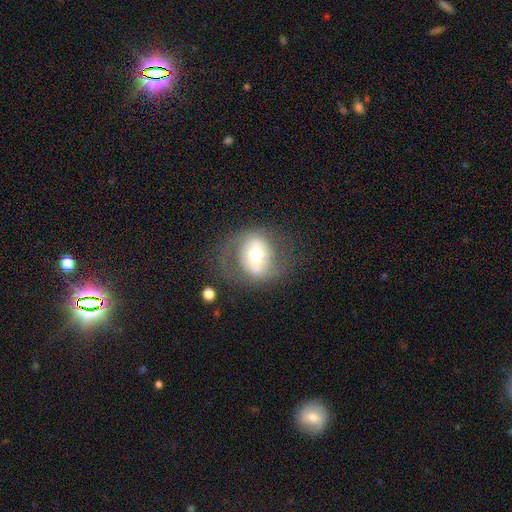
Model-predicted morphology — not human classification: This appears to be a featured or disk galaxy (52%). Merging: none (67%).